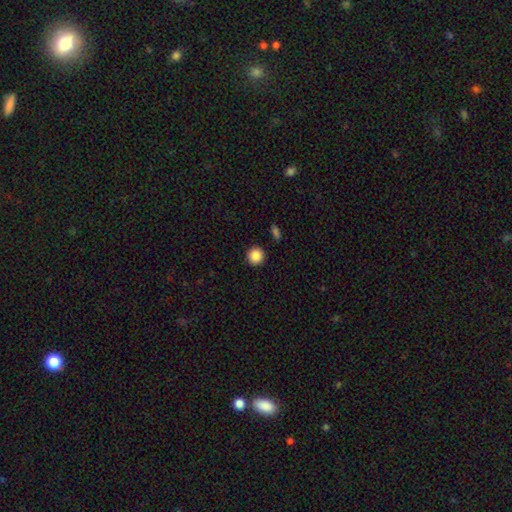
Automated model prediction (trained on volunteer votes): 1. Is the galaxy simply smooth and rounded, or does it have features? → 87% smooth, 9% star or artifact, 4% featured or disk.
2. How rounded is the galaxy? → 95% round, 4% in between, 1% cigar-shaped.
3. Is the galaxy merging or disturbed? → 92% none, 5% minor disturbance, 2% major disturbance, 2% merger.